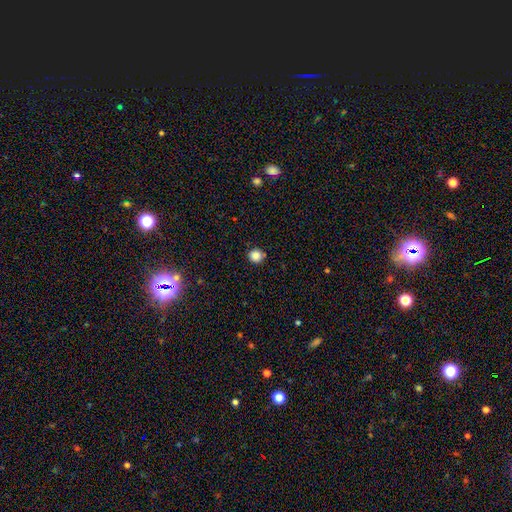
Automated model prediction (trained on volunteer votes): Smooth or featured? smooth (85%)
How rounded? round (93%)
Merging? none (88%)